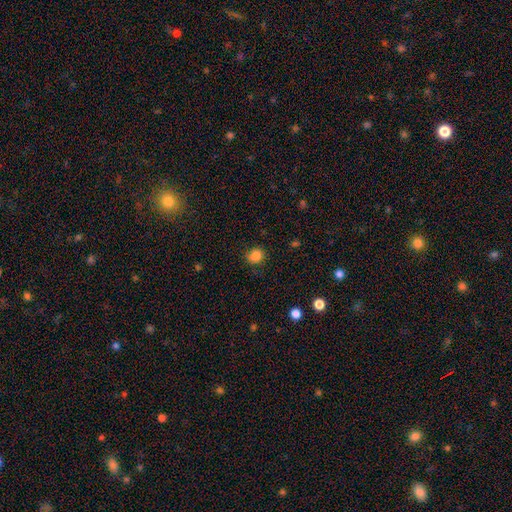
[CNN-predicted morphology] Smooth or featured? smooth (85%)
How rounded? round (78%)
Merging? none (81%)